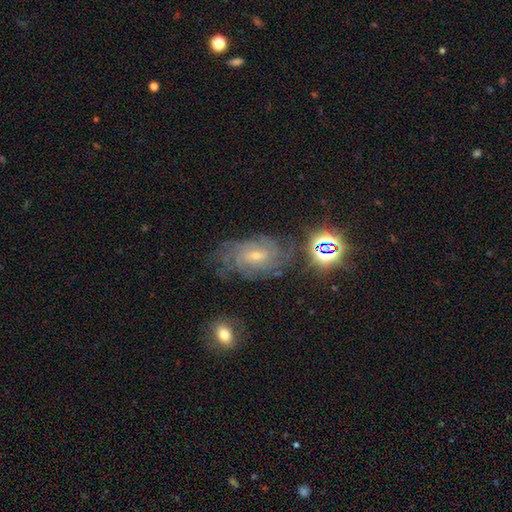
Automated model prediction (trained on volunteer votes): smooth-or-featured: featured or disk: 75% | star or artifact: 15% | smooth: 10%
  disk-edge-on: no: 96% | yes: 4%
    bar: no: 52% | weak: 40% | strong: 9%
    has-spiral-arms: yes: 95% | no: 5%
      spiral-winding: tight: 65% | medium: 28% | loose: 7%
      spiral-arm-count: can't tell: 44% | 4: 19% | more than 4: 12% | 3: 11% | 2: 9% | 1: 6%
    bulge-size: small: 66% | moderate: 29% | none: 2% | large: 1% | dominant: 1%
  merging: none: 67% | minor disturbance: 20% | major disturbance: 10% | merger: 3%